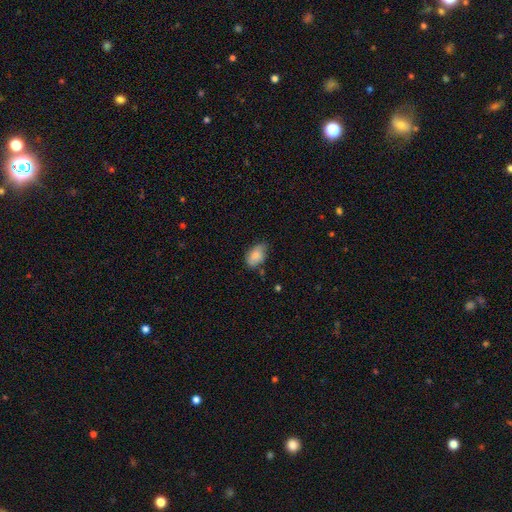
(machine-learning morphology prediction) Smooth or featured?
  - smooth: 80% *
  - featured or disk: 13%
  - star or artifact: 7%
How rounded?
  - in between: 88% *
  - round: 10%
  - cigar-shaped: 1%
Merging?
  - none: 57% *
  - minor disturbance: 35%
  - major disturbance: 6%
  - merger: 2%